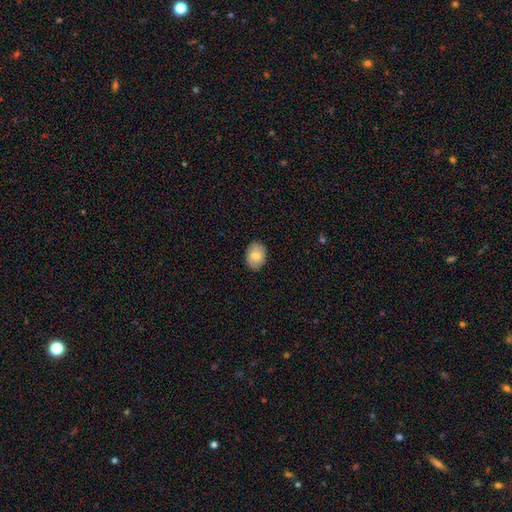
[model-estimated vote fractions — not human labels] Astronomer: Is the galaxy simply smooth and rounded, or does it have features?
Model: smooth — 78%.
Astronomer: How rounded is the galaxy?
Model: in between — 75%.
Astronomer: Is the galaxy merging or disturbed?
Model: none — 88%.